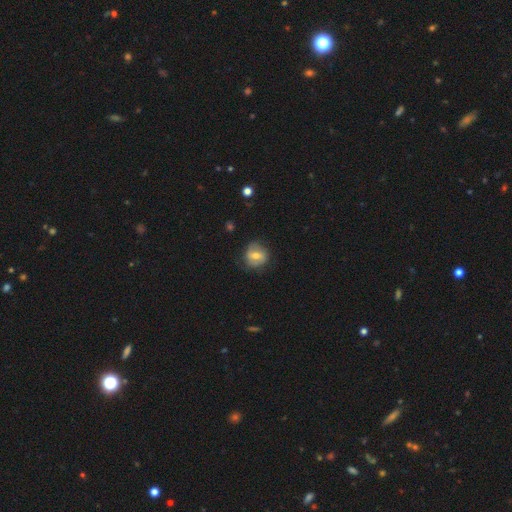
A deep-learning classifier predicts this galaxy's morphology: The model was most divided on "smooth or featured": smooth: 48%, featured or disk: 44%, star or artifact: 8%. More confident: merging — none (74%).